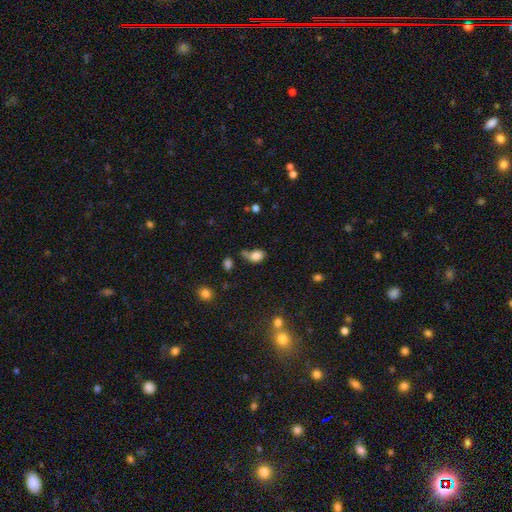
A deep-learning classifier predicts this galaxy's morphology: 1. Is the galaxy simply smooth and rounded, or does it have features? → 81% smooth, 12% star or artifact, 7% featured or disk.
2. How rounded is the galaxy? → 72% in between, 26% round, 2% cigar-shaped.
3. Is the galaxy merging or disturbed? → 40% none, 26% merger, 22% minor disturbance, 12% major disturbance.